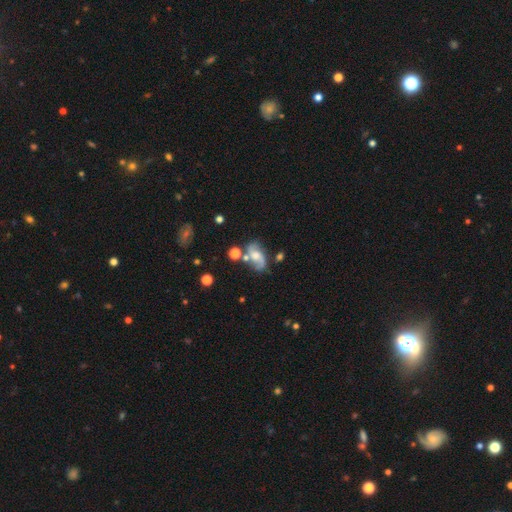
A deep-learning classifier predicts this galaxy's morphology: Smooth or featured: featured or disk — 77% (smooth — 15%)
Edge-on disk: no — 97% (yes — 3%)
Bar: no — 58% (weak — 35%)
Spiral arms: yes — 94% (no — 6%)
Spiral winding: loose — 52% (medium — 37%)
Spiral arm count: 2 — 91% (can't tell — 4%)
Bulge size: moderate — 49% (small — 31%)
Merging: none — 63% (minor disturbance — 17%)